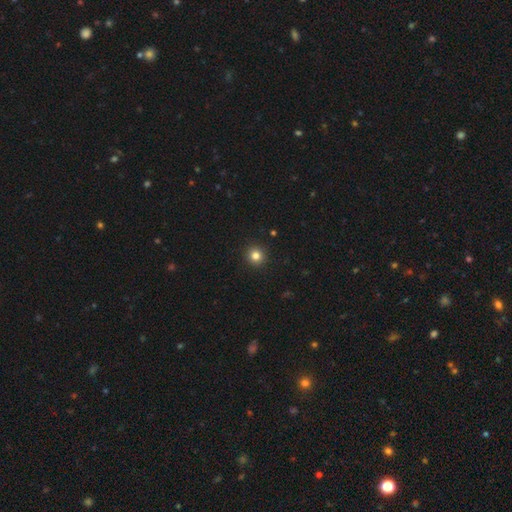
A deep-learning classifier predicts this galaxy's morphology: A smooth galaxy with no disk features (82%) that is round (94%).

Vote fractions:
- Smooth or featured? smooth: 82% / star or artifact: 13% / featured or disk: 5%
- How rounded? round: 94% / in between: 5% / cigar-shaped: 1%
- Merging? none: 93% / minor disturbance: 4% / major disturbance: 2% / merger: 1%